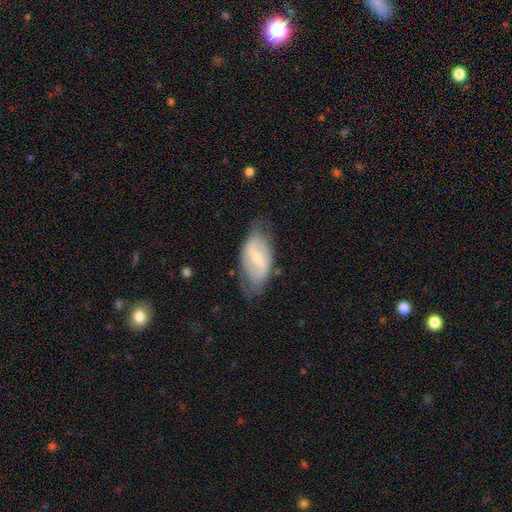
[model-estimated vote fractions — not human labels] Smooth or featured?
  - featured or disk: 60% *
  - smooth: 33%
  - star or artifact: 7%
Edge-on disk?
  - no: 91% *
  - yes: 9%
Bar?
  - strong: 52% *
  - weak: 38%
  - no: 11%
Spiral arms?
  - yes: 57% *
  - no: 43%
Bulge size?
  - small: 57% *
  - moderate: 33%
  - none: 6%
  - large: 3%
  - dominant: 1%
Merging?
  - none: 63% *
  - minor disturbance: 26%
  - major disturbance: 10%
  - merger: 1%